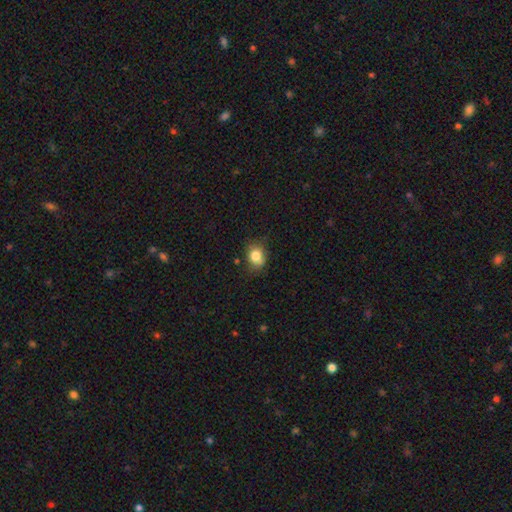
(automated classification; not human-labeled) This appears to be a smooth galaxy with no disk features (81%) that is round (51%). Merging: none (65%).